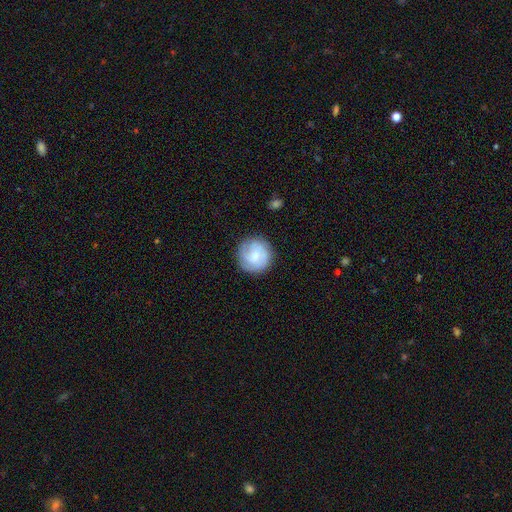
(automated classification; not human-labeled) Morphology: type=smooth (47%, tied with featured or disk); merging=none (82%).